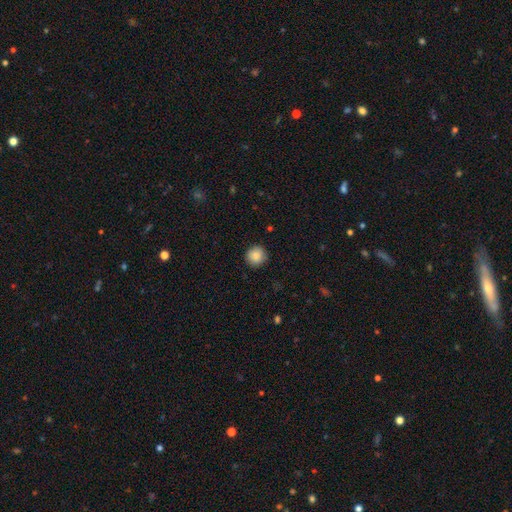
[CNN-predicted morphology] Smooth or featured? smooth (87%)
How rounded? round (93%)
Merging? none (91%)